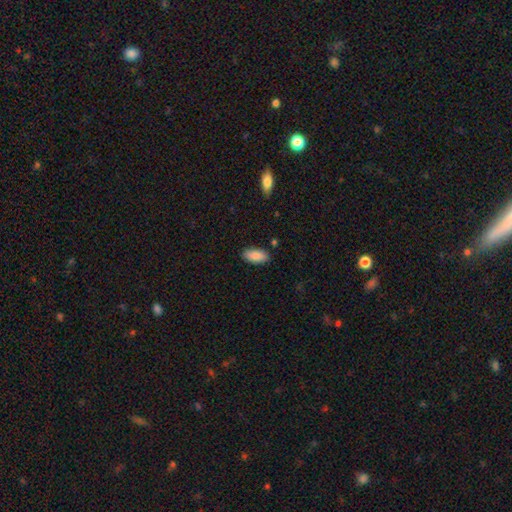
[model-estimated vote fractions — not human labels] smooth-or-featured: smooth: 88% | star or artifact: 6% | featured or disk: 6%
  how-rounded: in between: 91% | cigar-shaped: 7% | round: 2%
  merging: none: 86% | minor disturbance: 10% | major disturbance: 2% | merger: 2%